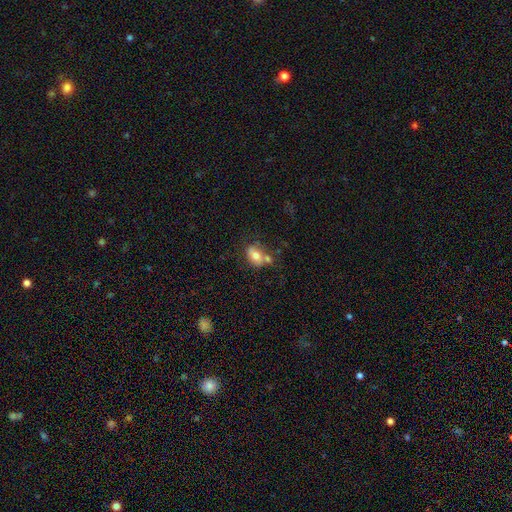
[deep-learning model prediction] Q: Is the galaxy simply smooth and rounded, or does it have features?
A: smooth — 70%.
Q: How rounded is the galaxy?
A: in between — 76%.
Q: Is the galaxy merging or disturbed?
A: none — 46%.